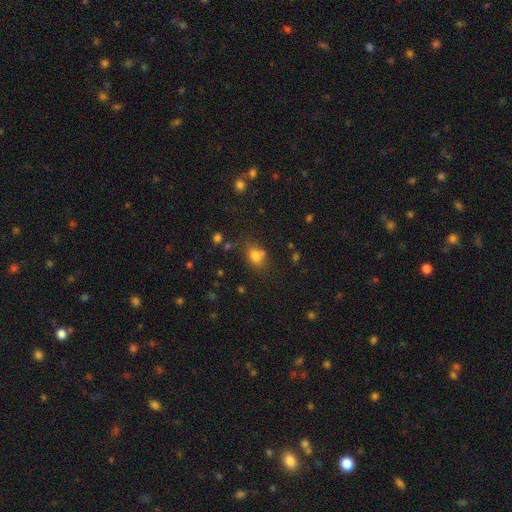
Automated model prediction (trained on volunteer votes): Smooth or featured?
  - smooth: 76% *
  - star or artifact: 14%
  - featured or disk: 9%
How rounded?
  - in between: 54% *
  - round: 45%
  - cigar-shaped: 1%
Merging?
  - none: 57% *
  - minor disturbance: 18%
  - merger: 18%
  - major disturbance: 7%